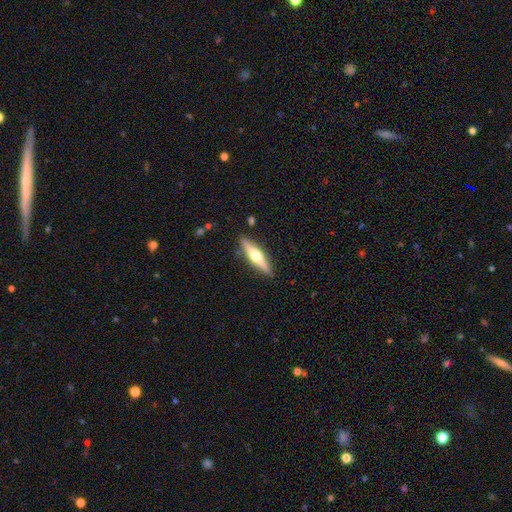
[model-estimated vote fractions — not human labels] Smooth or featured?
  - featured or disk: 63% *
  - smooth: 32%
  - star or artifact: 5%
Edge-on disk?
  - yes: 96% *
  - no: 4%
Edge-on bulge?
  - rounded: 94% *
  - boxy: 4%
  - none: 2%
Merging?
  - none: 88% *
  - minor disturbance: 8%
  - major disturbance: 2%
  - merger: 1%